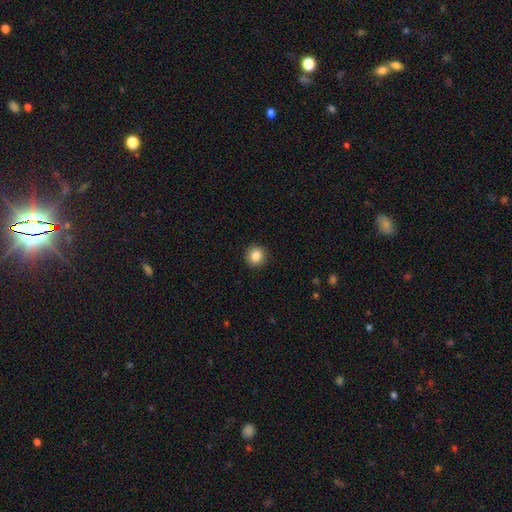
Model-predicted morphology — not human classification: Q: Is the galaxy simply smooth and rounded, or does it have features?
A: smooth — 85%.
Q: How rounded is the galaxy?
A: round — 90%.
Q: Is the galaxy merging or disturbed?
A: none — 92%.